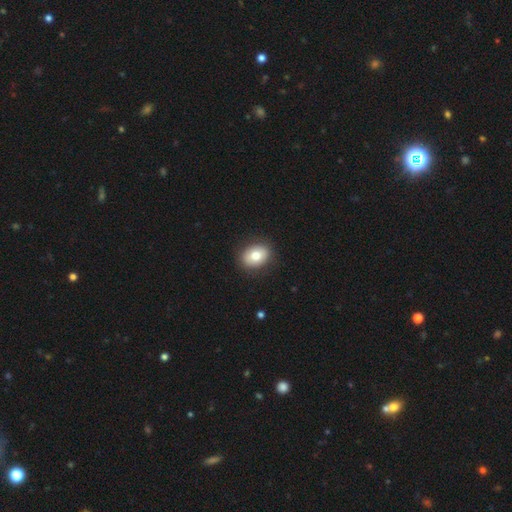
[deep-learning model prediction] Q: Smooth or featured?
A: smooth (77%); runner-up: featured or disk (15%)
Q: How rounded?
A: in between (62%); runner-up: round (38%)
Q: Merging?
A: none (88%); runner-up: minor disturbance (8%)